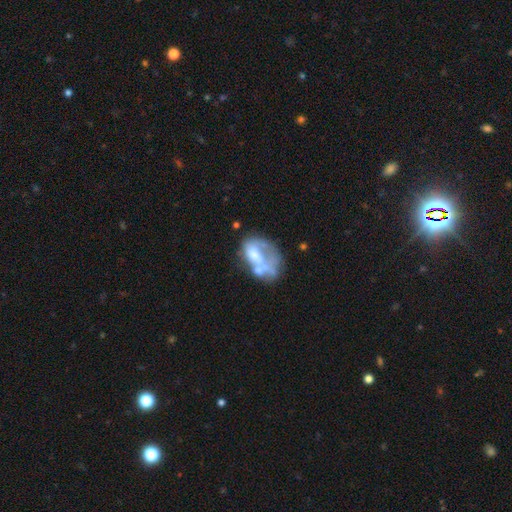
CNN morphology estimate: A featured or disk galaxy (54%) with no bar (81%), no spiral arms (83%) and no central bulge (35%). Merging: major disturbance (31%).